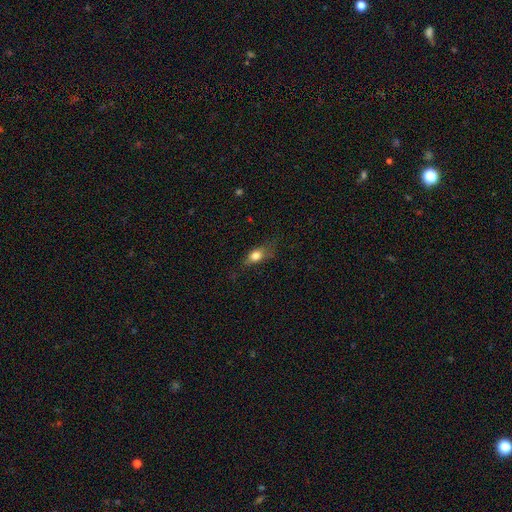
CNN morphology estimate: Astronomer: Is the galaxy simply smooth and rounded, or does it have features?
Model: smooth — 74%.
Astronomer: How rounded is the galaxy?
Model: in between — 68%.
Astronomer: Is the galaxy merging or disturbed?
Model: none — 56%.